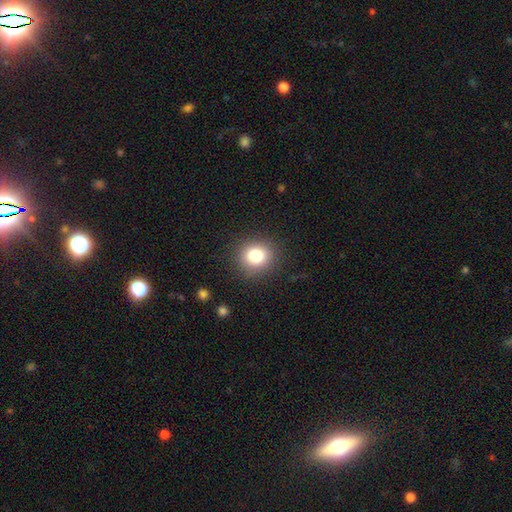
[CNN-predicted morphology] Overall: smooth (80%). How rounded: round (83%). Merging: none (89%).